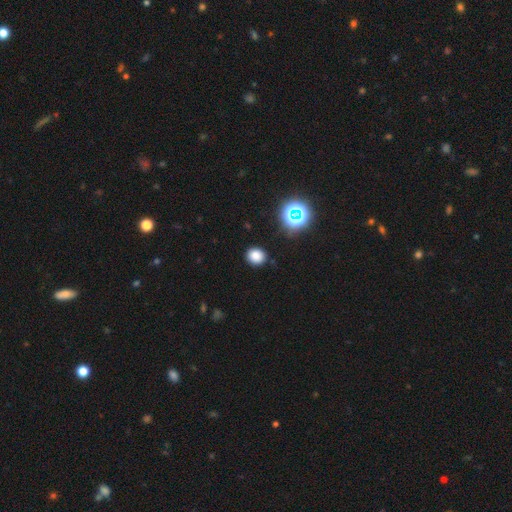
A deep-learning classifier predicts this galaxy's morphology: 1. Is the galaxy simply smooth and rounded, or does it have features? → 78% smooth, 16% star or artifact, 5% featured or disk.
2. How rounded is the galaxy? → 74% round, 25% in between, 1% cigar-shaped.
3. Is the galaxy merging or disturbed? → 88% none, 8% minor disturbance, 2% major disturbance, 1% merger.